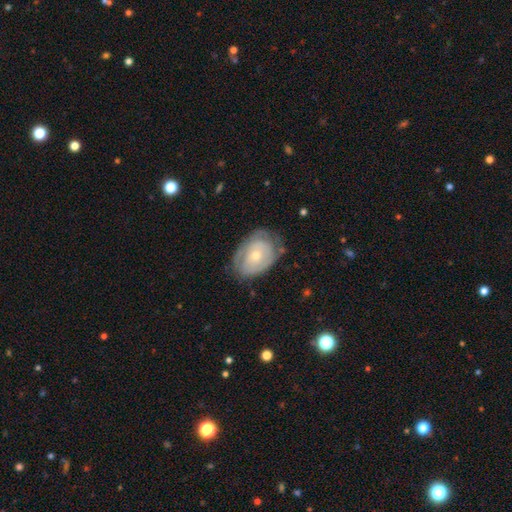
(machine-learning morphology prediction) smooth_or_featured: featured or disk (p=0.63) [alt: smooth p=0.30]
disk_edge_on: no (p=0.95) [alt: yes p=0.05]
bar: no (p=0.79) [alt: weak p=0.17]
has_spiral_arms: yes (p=0.63) [alt: no p=0.37]
bulge_size: small (p=0.55) [alt: moderate p=0.41]
merging: none (p=0.64) [alt: minor disturbance p=0.25]